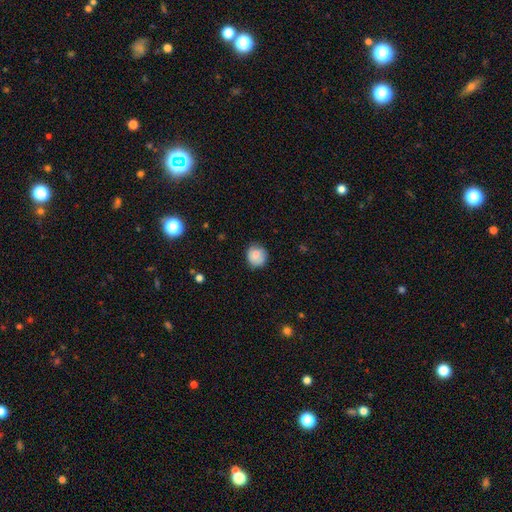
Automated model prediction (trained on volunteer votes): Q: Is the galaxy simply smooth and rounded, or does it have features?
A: smooth — 78%.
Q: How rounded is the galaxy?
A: round — 85%.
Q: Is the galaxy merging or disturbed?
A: none — 76%.